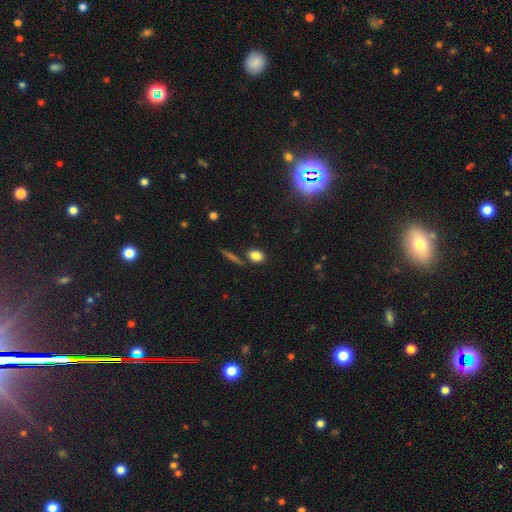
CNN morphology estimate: smooth-or-featured: smooth: 82% | star or artifact: 11% | featured or disk: 7%
  how-rounded: in between: 71% | round: 24% | cigar-shaped: 5%
  merging: none: 75% | minor disturbance: 12% | merger: 10% | major disturbance: 4%